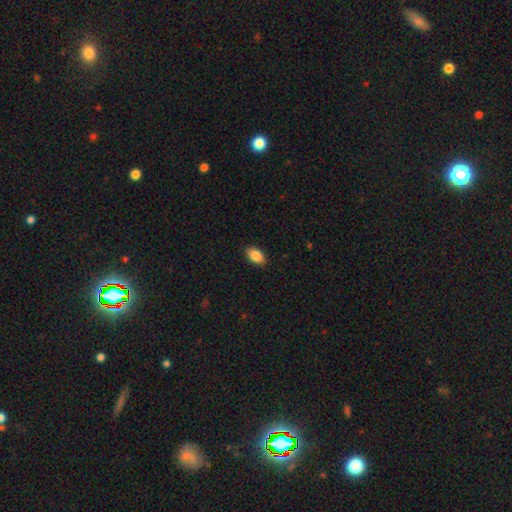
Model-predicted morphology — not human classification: Smooth or featured? Predicted: smooth (p=0.86). How rounded? Predicted: in between (p=0.91). Merging? Predicted: none (p=0.89).